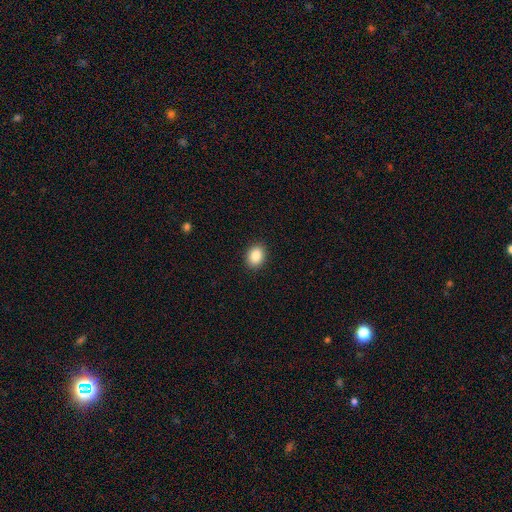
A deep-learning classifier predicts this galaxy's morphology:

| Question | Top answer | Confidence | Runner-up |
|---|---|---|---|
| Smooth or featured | smooth | 87% | star or artifact (8%) |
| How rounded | in between | 63% | round (36%) |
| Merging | none | 90% | minor disturbance (7%) |